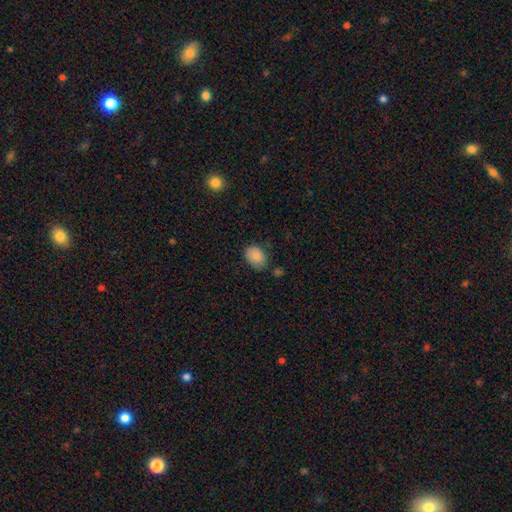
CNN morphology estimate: A smooth galaxy with no disk features (86%) that is in between round and cigar-shaped (76%). Merging: none (73%).